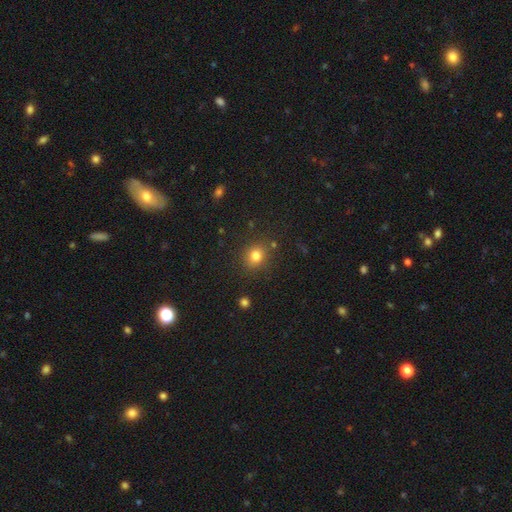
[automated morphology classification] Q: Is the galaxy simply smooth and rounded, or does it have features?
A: smooth — 79%.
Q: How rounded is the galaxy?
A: round — 74%.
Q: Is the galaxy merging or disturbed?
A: none — 82%.